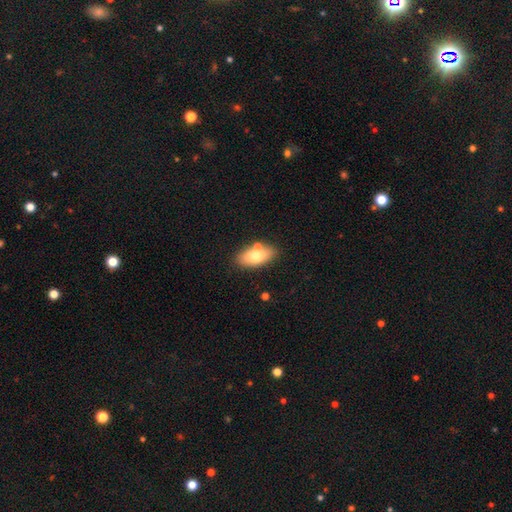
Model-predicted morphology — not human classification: Smooth or featured? Predicted: smooth (p=0.70). How rounded? Predicted: in between (p=0.89). Merging? Predicted: none (p=0.73).